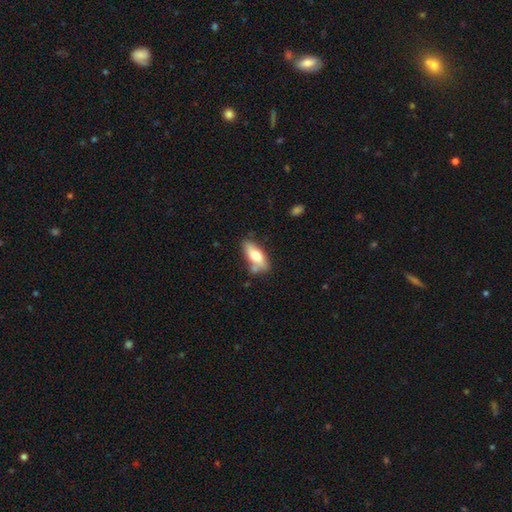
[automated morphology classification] Smooth or featured? smooth (70%)
How rounded? in between (75%)
Merging? none (60%)